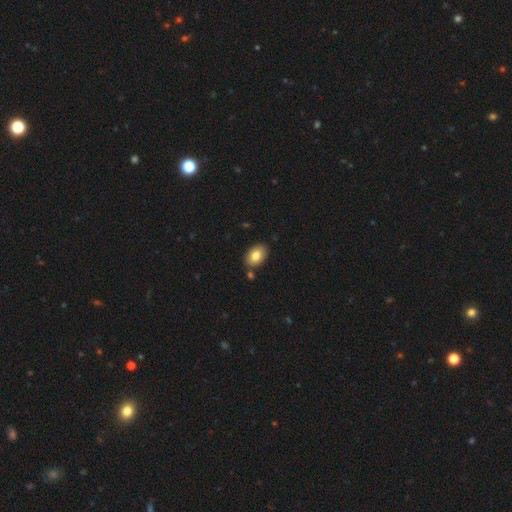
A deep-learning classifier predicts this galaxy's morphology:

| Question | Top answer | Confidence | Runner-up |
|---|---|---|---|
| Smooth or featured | smooth | 81% | featured or disk (11%) |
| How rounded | in between | 86% | round (13%) |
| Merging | none | 81% | minor disturbance (11%) |